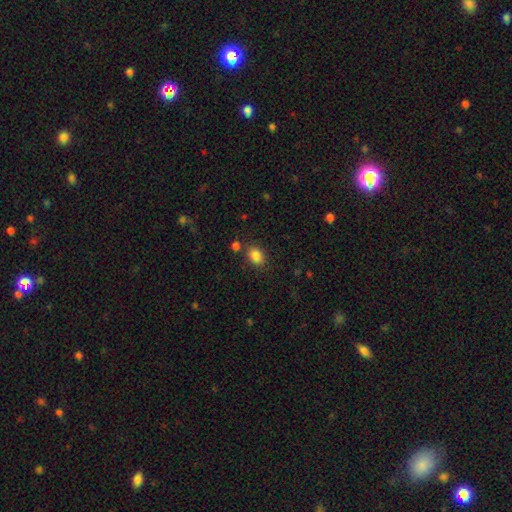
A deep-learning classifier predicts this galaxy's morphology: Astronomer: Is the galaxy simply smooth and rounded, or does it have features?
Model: smooth — 85%.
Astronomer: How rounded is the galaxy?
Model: in between — 68%.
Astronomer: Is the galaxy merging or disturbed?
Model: none — 78%.